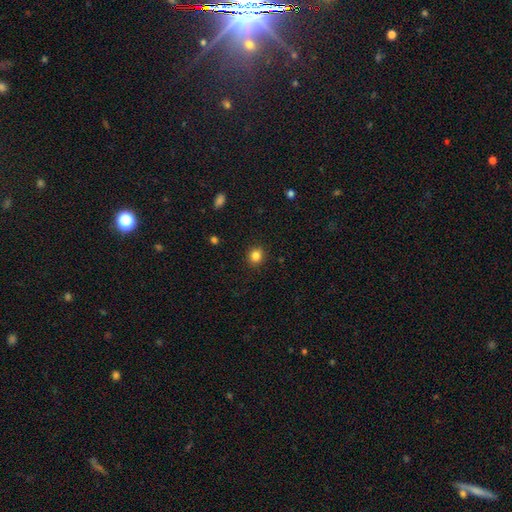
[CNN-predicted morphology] type=smooth (84%); roundness=round (85%); merging=none (91%).